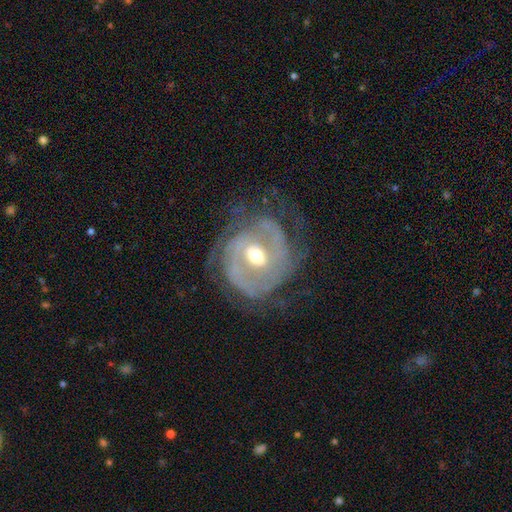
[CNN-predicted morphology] This appears to be a featured or disk galaxy (83%) with a weak bar (43%), 2 (38%) tight (55%) spiral arms (87%) and a moderate central bulge (70%). Merging: none (61%).